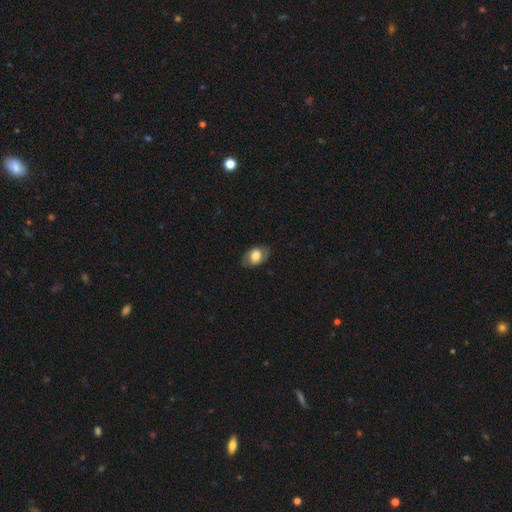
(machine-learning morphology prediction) The model was most divided on "smooth or featured": smooth: 72%, featured or disk: 21%, star or artifact: 7%. More confident: how rounded — in between (85%); merging — none (79%).